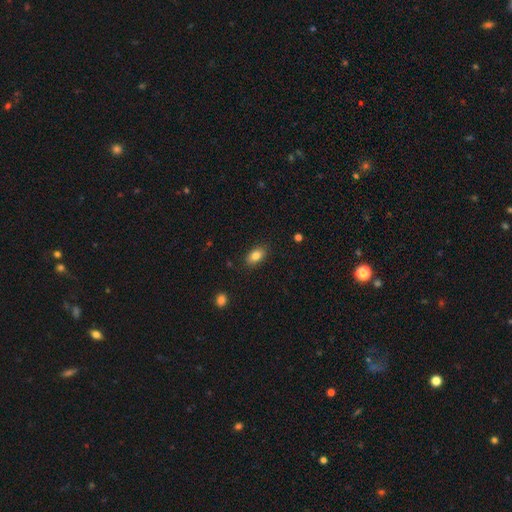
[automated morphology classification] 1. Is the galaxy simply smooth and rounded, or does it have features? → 84% smooth, 8% star or artifact, 8% featured or disk.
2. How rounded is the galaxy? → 88% in between, 10% round, 2% cigar-shaped.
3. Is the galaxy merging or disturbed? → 86% none, 10% minor disturbance, 2% major disturbance, 1% merger.